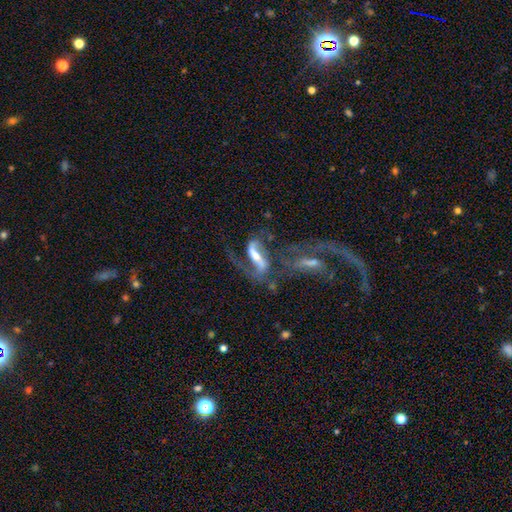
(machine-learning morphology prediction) smooth_or_featured: featured or disk (p=0.78) [alt: smooth p=0.15]
disk_edge_on: no (p=0.86) [alt: yes p=0.14]
bar: strong (p=0.59) [alt: weak p=0.27]
has_spiral_arms: yes (p=0.89) [alt: no p=0.11]
spiral_winding: loose (p=0.59) [alt: medium p=0.30]
spiral_arm_count: 2 (p=0.73) [alt: 1 p=0.19]
bulge_size: moderate (p=0.46) [alt: small p=0.27]
merging: merger (p=0.34) [alt: none p=0.28]